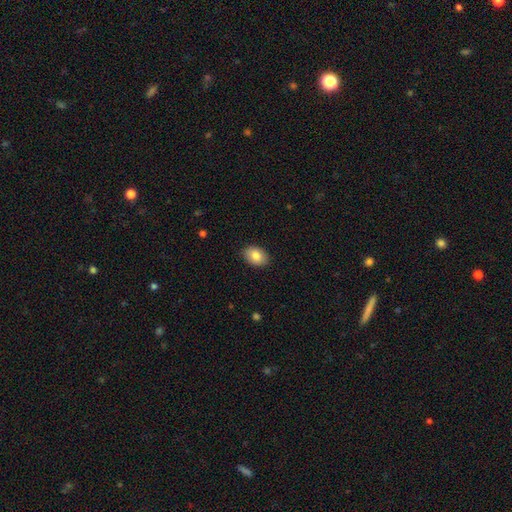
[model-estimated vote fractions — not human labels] smooth_or_featured: smooth (p=0.83) [alt: featured or disk p=0.09]
how_rounded: in between (p=0.79) [alt: round p=0.20]
merging: none (p=0.88) [alt: minor disturbance p=0.09]